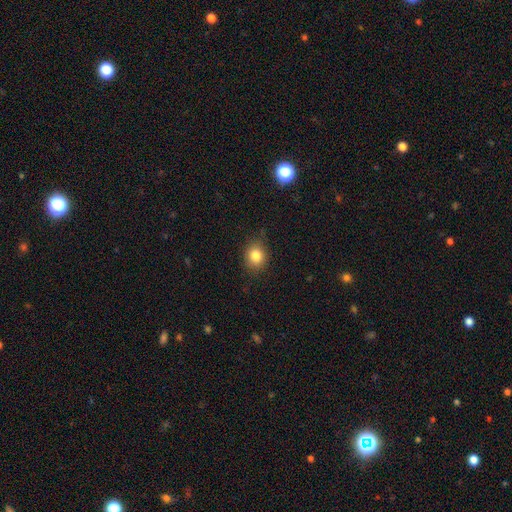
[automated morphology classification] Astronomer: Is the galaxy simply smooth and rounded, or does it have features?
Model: smooth — 83%.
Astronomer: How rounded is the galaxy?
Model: round — 67%.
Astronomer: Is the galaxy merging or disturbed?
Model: none — 83%.